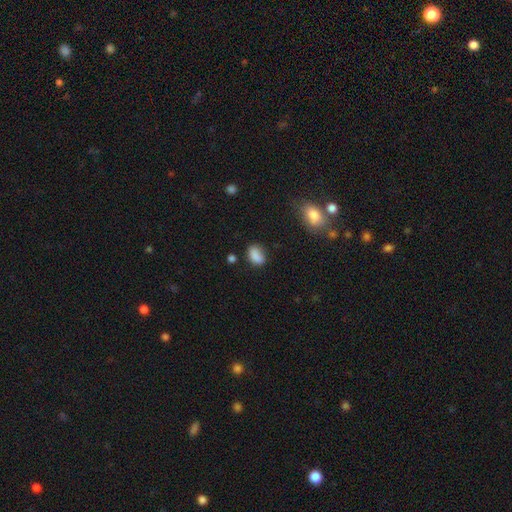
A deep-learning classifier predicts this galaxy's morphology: Smooth or featured?
  - smooth: 84% *
  - star or artifact: 10%
  - featured or disk: 7%
How rounded?
  - in between: 81% *
  - round: 17%
  - cigar-shaped: 3%
Merging?
  - none: 64% *
  - minor disturbance: 23%
  - major disturbance: 7%
  - merger: 6%